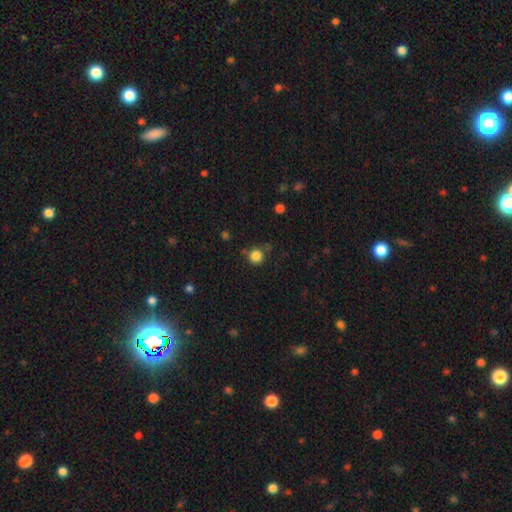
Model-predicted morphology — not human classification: Smooth or featured: smooth — 83% (star or artifact — 12%)
How rounded: round — 92% (in between — 7%)
Merging: none — 74% (minor disturbance — 15%)